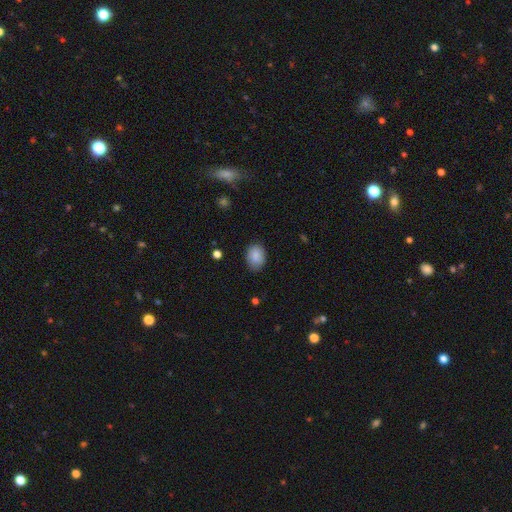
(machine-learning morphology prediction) Smooth or featured?
  - smooth: 87% *
  - star or artifact: 7%
  - featured or disk: 6%
How rounded?
  - in between: 72% *
  - round: 27%
  - cigar-shaped: 1%
Merging?
  - none: 82% *
  - minor disturbance: 14%
  - major disturbance: 3%
  - merger: 1%